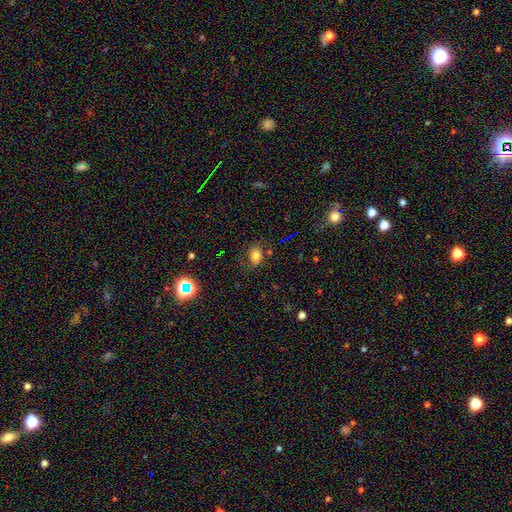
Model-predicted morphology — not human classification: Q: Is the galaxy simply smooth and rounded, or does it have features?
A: smooth — 73%.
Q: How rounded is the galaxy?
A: in between — 68%.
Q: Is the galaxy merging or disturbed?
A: none — 71%.